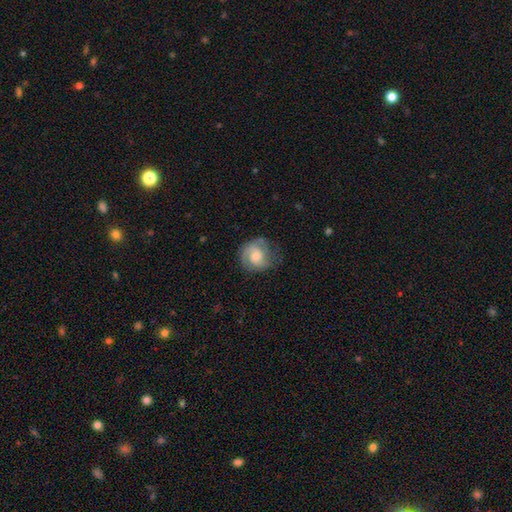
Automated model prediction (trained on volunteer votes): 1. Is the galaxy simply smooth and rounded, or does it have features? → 51% featured or disk, 42% smooth, 7% star or artifact.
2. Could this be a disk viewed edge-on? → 98% no, 2% yes.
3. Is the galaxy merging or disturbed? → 61% none, 25% minor disturbance, 12% major disturbance, 1% merger.